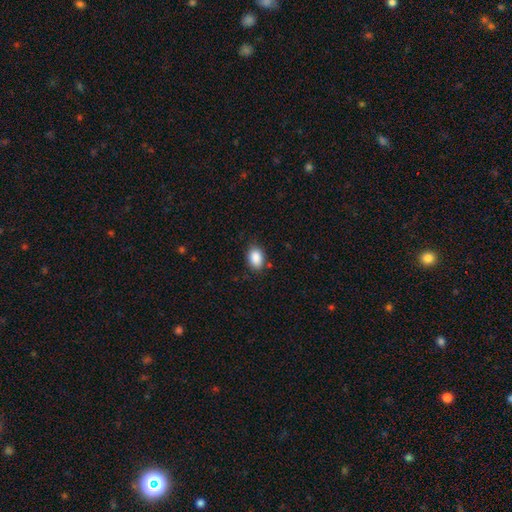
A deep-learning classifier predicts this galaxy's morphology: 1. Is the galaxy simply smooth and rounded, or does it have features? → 89% smooth, 8% star or artifact, 4% featured or disk.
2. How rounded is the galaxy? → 85% in between, 14% round, 1% cigar-shaped.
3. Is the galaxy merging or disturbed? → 82% none, 13% minor disturbance, 3% major disturbance, 2% merger.